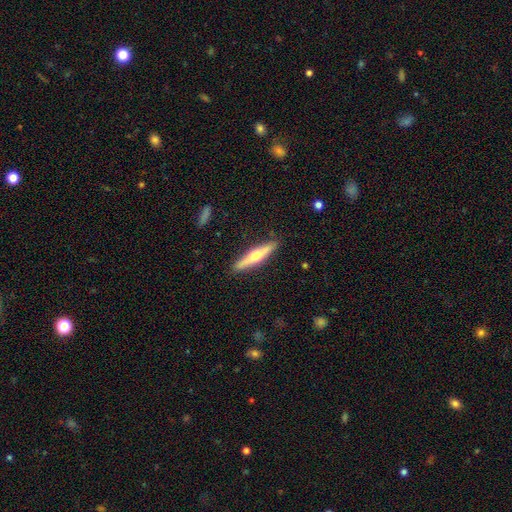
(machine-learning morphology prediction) Smooth or featured? featured or disk (56%)
Edge-on disk? yes (96%)
Edge-on bulge? rounded (91%)
Merging? none (89%)